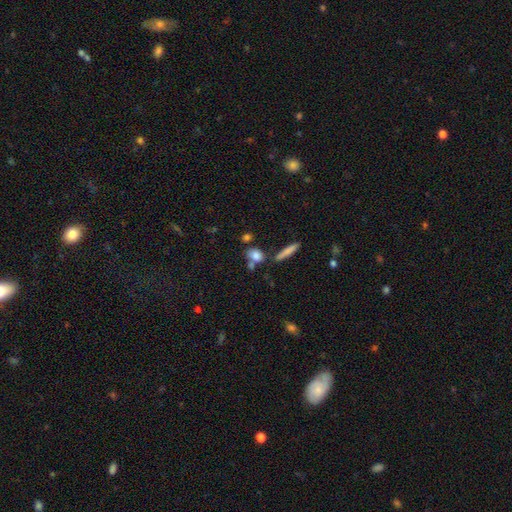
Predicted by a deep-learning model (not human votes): Smooth or featured: smooth — 80% (featured or disk — 11%)
How rounded: in between — 52% (round — 37%)
Merging: none — 58% (merger — 24%)